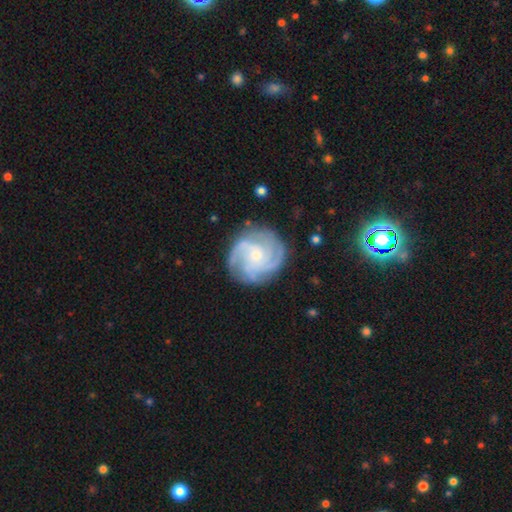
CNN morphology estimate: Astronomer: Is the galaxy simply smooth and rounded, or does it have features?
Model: featured or disk — 87%.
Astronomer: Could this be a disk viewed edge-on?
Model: no — 98%.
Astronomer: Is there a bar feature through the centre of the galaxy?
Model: no — 67%.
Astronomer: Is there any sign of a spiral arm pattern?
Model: yes — 98%.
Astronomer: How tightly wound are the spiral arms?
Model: tight — 55% (runner-up: medium, 37%).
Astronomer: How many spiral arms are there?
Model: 3 — 32% (runner-up: 4, 28%).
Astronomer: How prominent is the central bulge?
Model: small — 59% (runner-up: moderate, 36%).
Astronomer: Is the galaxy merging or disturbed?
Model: none — 81%.